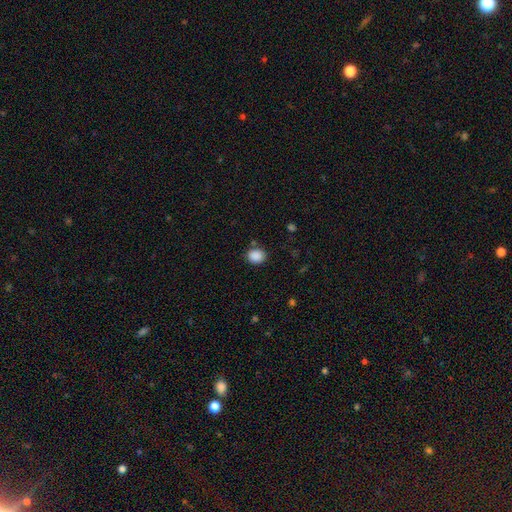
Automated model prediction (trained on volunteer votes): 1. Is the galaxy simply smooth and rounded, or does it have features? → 88% smooth, 9% star or artifact, 3% featured or disk.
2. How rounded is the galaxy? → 69% round, 30% in between, 1% cigar-shaped.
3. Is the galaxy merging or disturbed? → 81% none, 11% minor disturbance, 4% merger, 4% major disturbance.